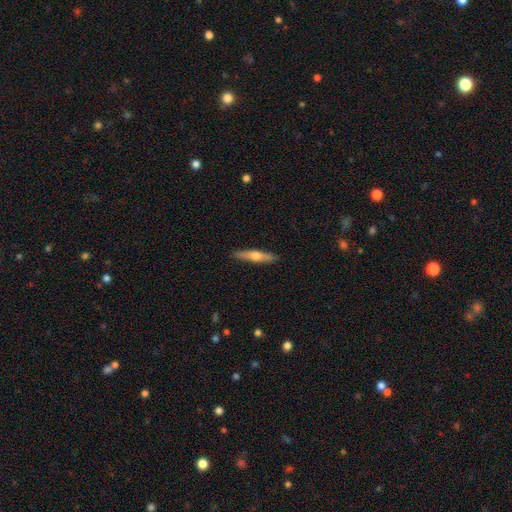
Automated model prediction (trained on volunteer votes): This appears to be a featured or disk galaxy (50%) viewed edge-on (94%). Merging: none (90%).